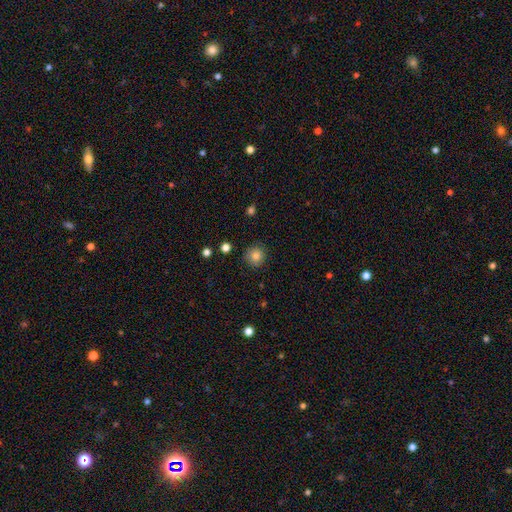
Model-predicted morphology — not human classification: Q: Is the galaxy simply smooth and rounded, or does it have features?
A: smooth — 83%.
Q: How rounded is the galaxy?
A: round — 93%.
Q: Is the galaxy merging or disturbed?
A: none — 88%.